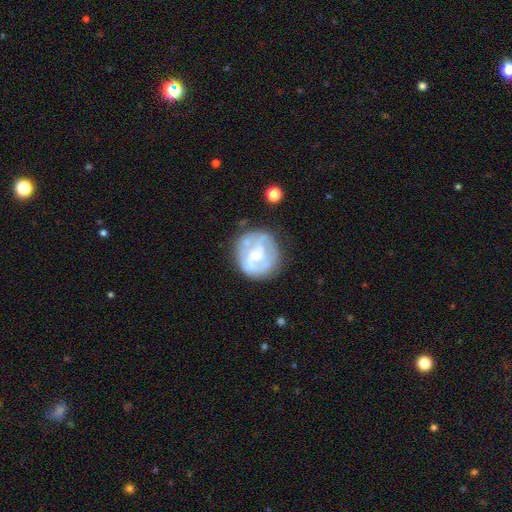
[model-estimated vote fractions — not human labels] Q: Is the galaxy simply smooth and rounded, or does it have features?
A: featured or disk — 65%.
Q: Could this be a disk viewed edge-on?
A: no — 98%.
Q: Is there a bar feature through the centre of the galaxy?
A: no — 51%.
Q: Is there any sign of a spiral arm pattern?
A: yes — 51%.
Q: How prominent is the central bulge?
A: moderate — 47%.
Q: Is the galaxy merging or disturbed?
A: none — 64%.